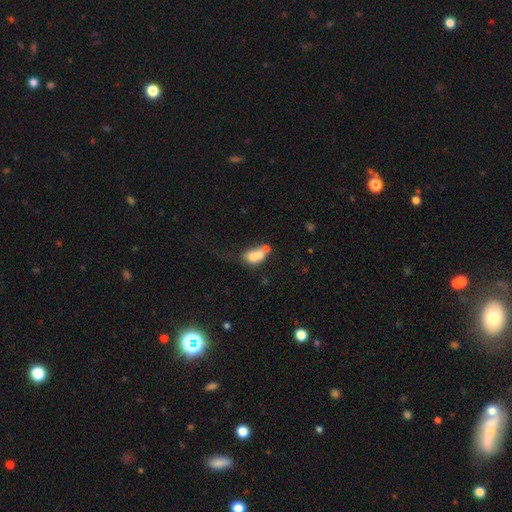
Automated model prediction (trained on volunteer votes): Smooth or featured?
  - smooth: 69% *
  - featured or disk: 21%
  - star or artifact: 10%
How rounded?
  - in between: 82% *
  - round: 14%
  - cigar-shaped: 4%
Merging?
  - merger: 45% *
  - none: 23%
  - minor disturbance: 17%
  - major disturbance: 14%